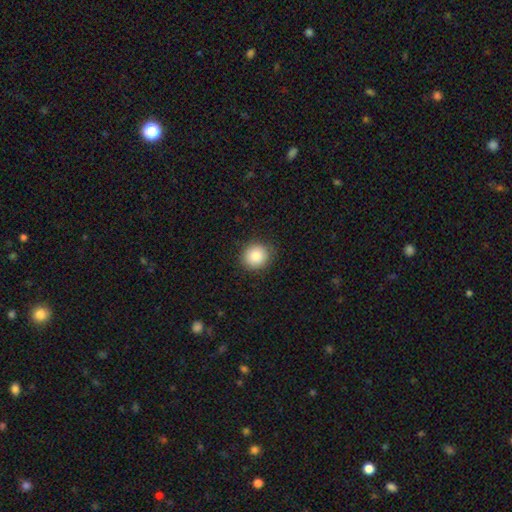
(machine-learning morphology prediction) This is clearly a smooth galaxy (86%). How rounded: clearly round (88%). Merging: clearly none (89%).